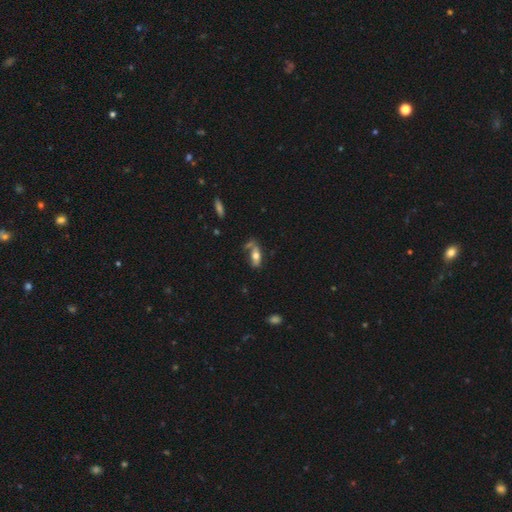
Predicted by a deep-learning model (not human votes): smooth_or_featured: smooth (p=0.59) [alt: featured or disk p=0.33]
how_rounded: in between (p=0.76) [alt: cigar-shaped p=0.20]
merging: none (p=0.45) [alt: minor disturbance p=0.22]